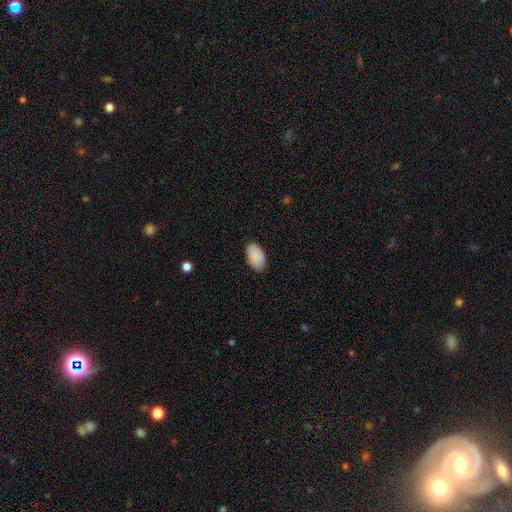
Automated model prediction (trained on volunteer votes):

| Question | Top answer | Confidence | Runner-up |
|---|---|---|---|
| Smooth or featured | smooth | 89% | star or artifact (6%) |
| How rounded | in between | 94% | round (5%) |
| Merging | none | 85% | minor disturbance (12%) |